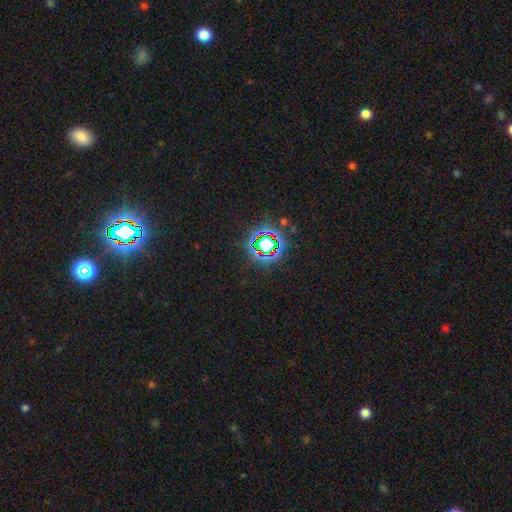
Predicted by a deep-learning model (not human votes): Smooth or featured? star or artifact (80%)